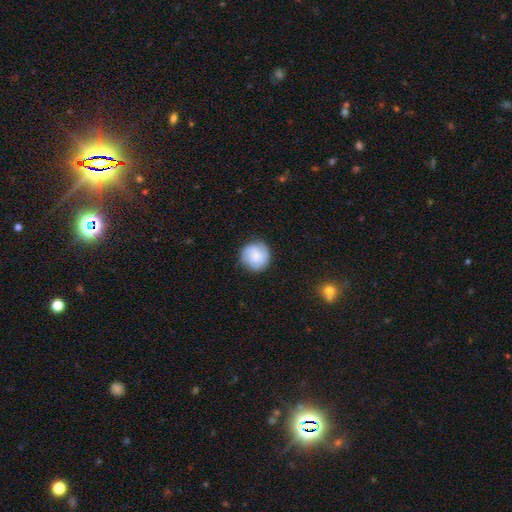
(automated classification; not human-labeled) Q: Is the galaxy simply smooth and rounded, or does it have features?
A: smooth — 57%.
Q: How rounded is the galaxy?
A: round — 92%.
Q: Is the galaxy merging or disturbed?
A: none — 80%.